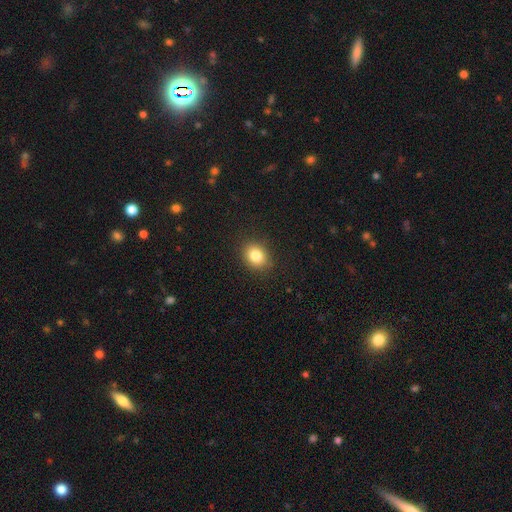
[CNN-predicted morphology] Smooth or featured?
  - smooth: 83% *
  - star or artifact: 10%
  - featured or disk: 7%
How rounded?
  - round: 53% *
  - in between: 46%
  - cigar-shaped: 1%
Merging?
  - none: 89% *
  - minor disturbance: 8%
  - major disturbance: 2%
  - merger: 1%